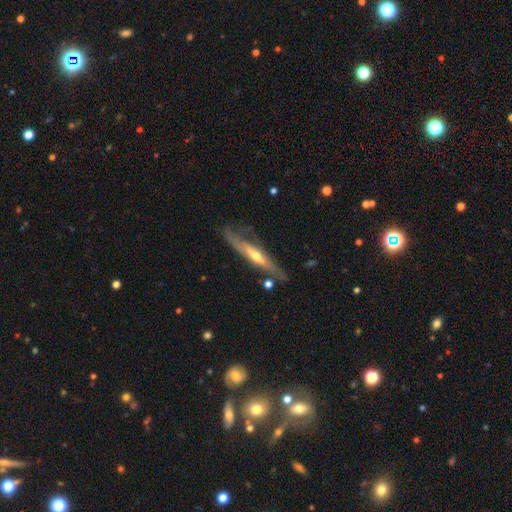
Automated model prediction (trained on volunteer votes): Smooth or featured: featured or disk — 72% (smooth — 22%)
Edge-on disk: yes — 78% (no — 22%)
Edge-on bulge: rounded — 75% (none — 20%)
Merging: none — 64% (minor disturbance — 23%)